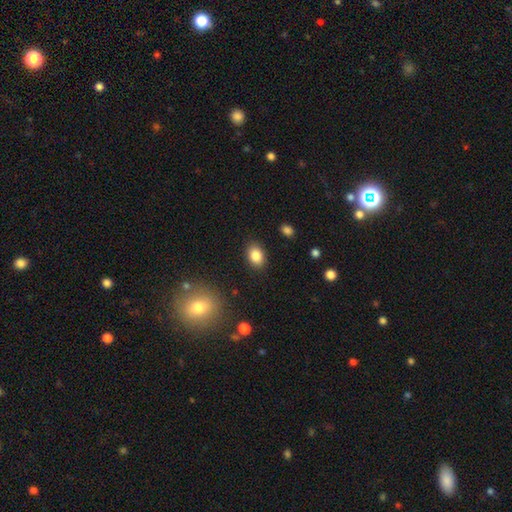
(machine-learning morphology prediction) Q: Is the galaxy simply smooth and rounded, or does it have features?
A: smooth — 85%.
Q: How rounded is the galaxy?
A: in between — 77%.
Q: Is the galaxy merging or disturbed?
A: none — 87%.